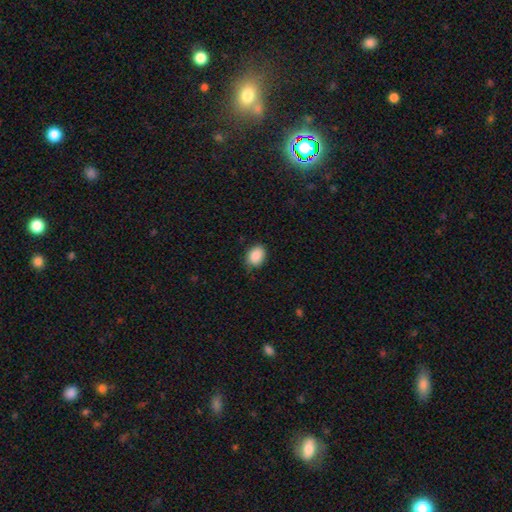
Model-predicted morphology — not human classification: Smooth or featured?
  - smooth: 89% *
  - star or artifact: 8%
  - featured or disk: 3%
How rounded?
  - in between: 69% *
  - round: 30%
  - cigar-shaped: 1%
Merging?
  - none: 78% *
  - minor disturbance: 18%
  - major disturbance: 3%
  - merger: 1%